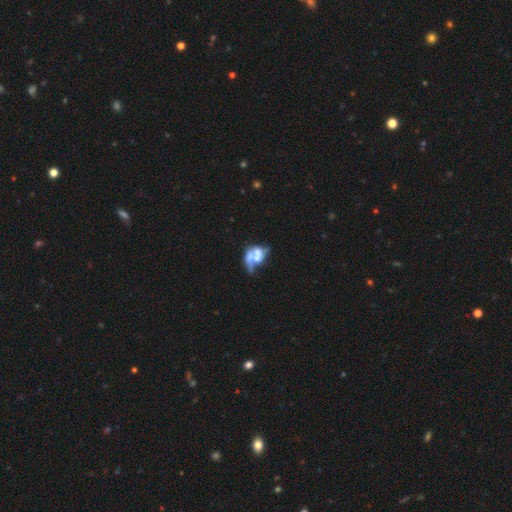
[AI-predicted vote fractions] Morphology: type=featured or disk (54%); edge-on=no (96%); bar=no (83%); spiral arms=no (75%); bulge=none (35%); merging=merger (54%).